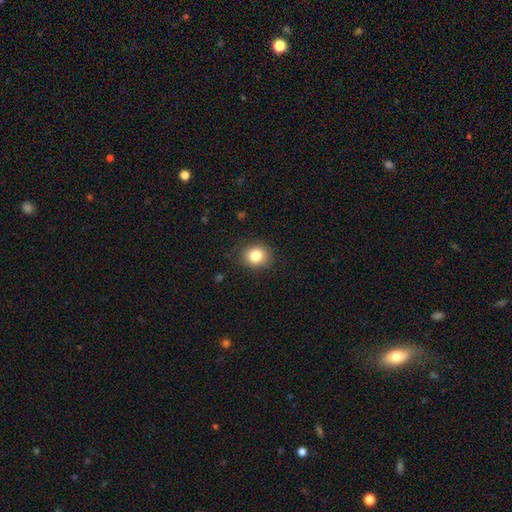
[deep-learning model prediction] The model was most divided on "how rounded": round: 73%, in between: 26%, cigar-shaped: 1%. More confident: merging — none (87%); smooth or featured — smooth (83%).